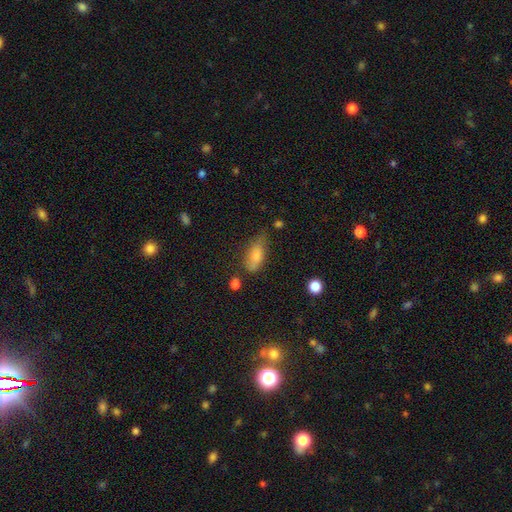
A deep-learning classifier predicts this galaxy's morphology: Smooth or featured: smooth — 69% (featured or disk — 19%)
How rounded: in between — 73% (cigar-shaped — 23%)
Merging: none — 60% (minor disturbance — 27%)